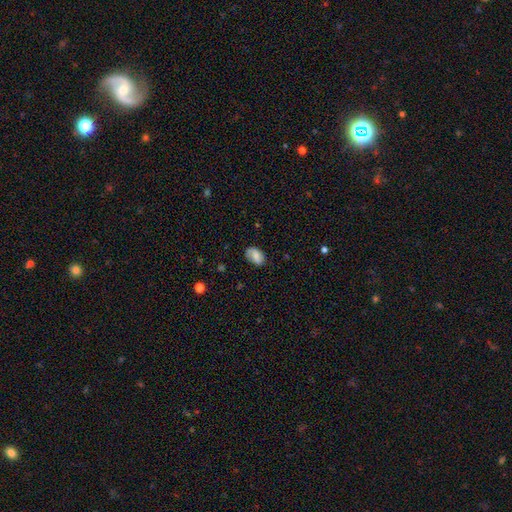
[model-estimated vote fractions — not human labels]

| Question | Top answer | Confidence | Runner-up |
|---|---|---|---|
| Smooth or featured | smooth | 65% | featured or disk (26%) |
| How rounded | in between | 83% | round (15%) |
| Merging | none | 67% | minor disturbance (24%) |